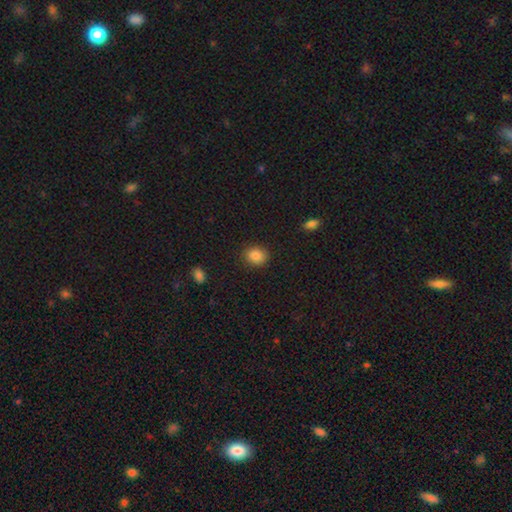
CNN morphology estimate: A smooth galaxy with no disk features (87%) that is round (55%).

Vote fractions:
- Smooth or featured? smooth: 87% / star or artifact: 9% / featured or disk: 4%
- How rounded? round: 55% / in between: 44% / cigar-shaped: 1%
- Merging? none: 88% / minor disturbance: 8% / major disturbance: 3% / merger: 1%